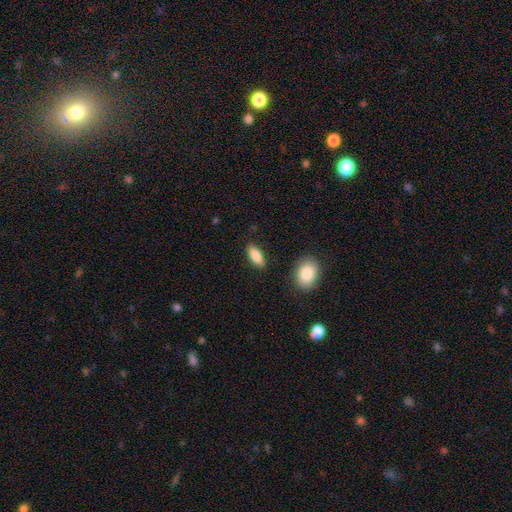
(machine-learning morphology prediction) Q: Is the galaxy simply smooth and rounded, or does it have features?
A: smooth — 85%.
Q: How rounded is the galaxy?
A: in between — 79%.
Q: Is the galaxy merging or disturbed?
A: none — 85%.